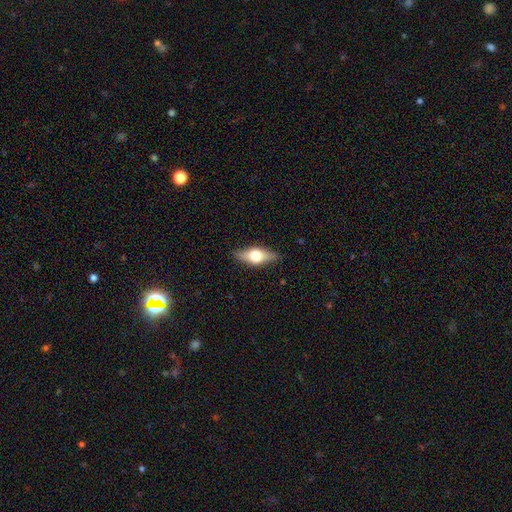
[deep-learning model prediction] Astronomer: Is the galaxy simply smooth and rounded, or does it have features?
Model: featured or disk — 50% (runner-up: smooth, 43%).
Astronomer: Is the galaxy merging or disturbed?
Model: none — 86%.